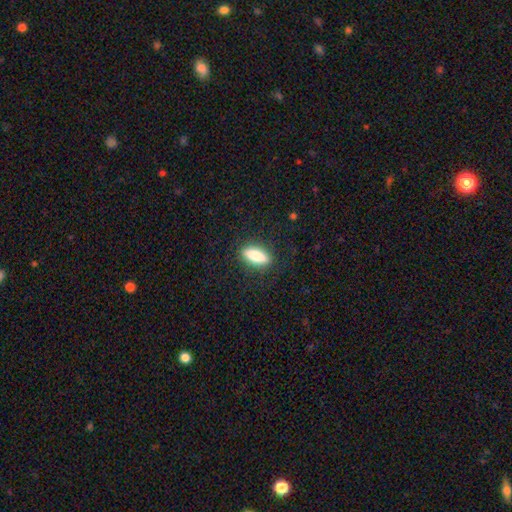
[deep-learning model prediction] Morphology: type=smooth (79%); roundness=in between (66%); merging=none (85%).